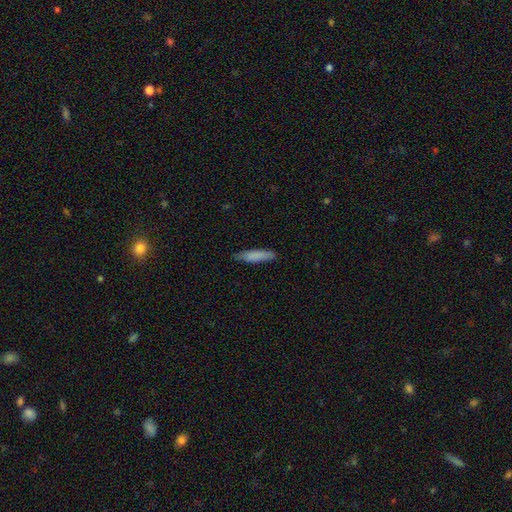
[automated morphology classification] A smooth galaxy with no disk features (81%) that is cigar-shaped (82%). Merging: none (81%).